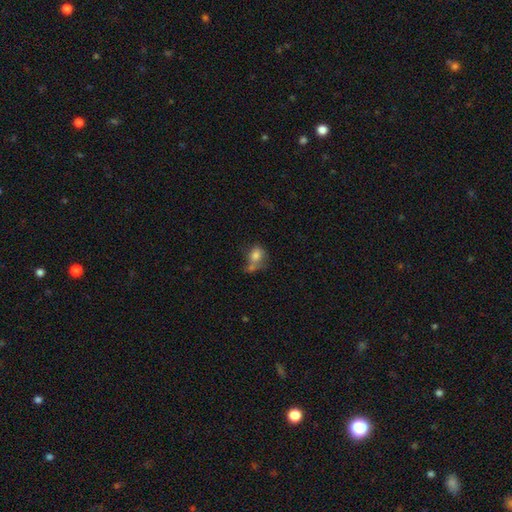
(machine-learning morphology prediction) Smooth or featured? Predicted: smooth (p=0.77). How rounded? Predicted: in between (p=0.56). Merging? Predicted: none (p=0.36).